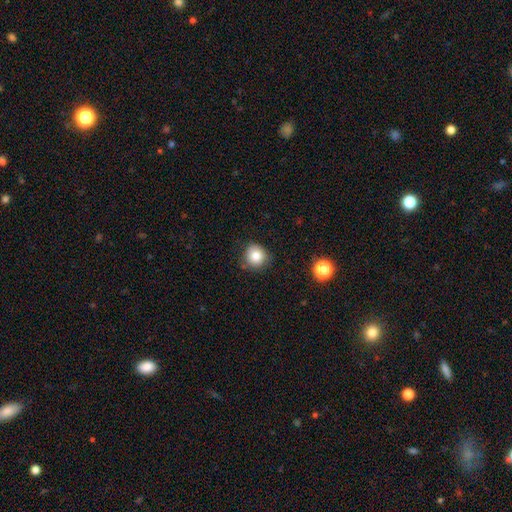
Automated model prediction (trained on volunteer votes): The model was most divided on "merging": none: 81%, minor disturbance: 14%, major disturbance: 3%, merger: 2%. More confident: how rounded — round (88%); smooth or featured — smooth (83%).